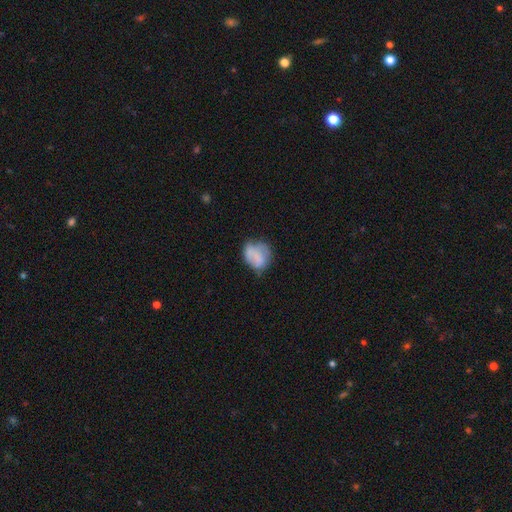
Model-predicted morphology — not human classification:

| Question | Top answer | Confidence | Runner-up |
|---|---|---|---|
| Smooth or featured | smooth | 68% | featured or disk (23%) |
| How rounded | round | 58% | in between (41%) |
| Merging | none | 46% | minor disturbance (33%) |